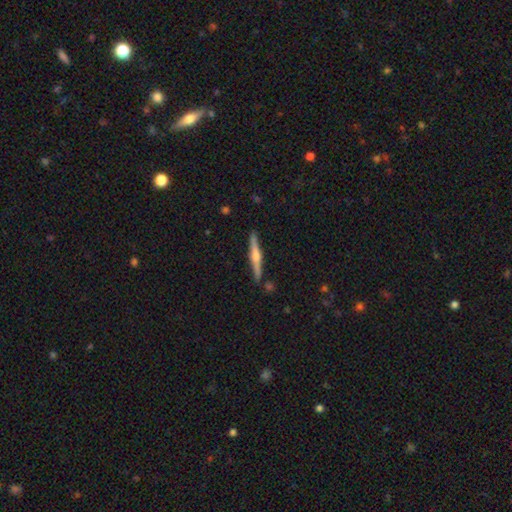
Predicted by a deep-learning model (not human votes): A featured or disk galaxy (75%) viewed edge-on (98%) with a rounded central bulge (88%).

Vote fractions:
- Smooth or featured? featured or disk: 75% / smooth: 19% / star or artifact: 6%
- Edge-on disk? yes: 98% / no: 2%
- Edge-on bulge? rounded: 88% / boxy: 7% / none: 5%
- Merging? none: 89% / minor disturbance: 7% / merger: 2% / major disturbance: 2%